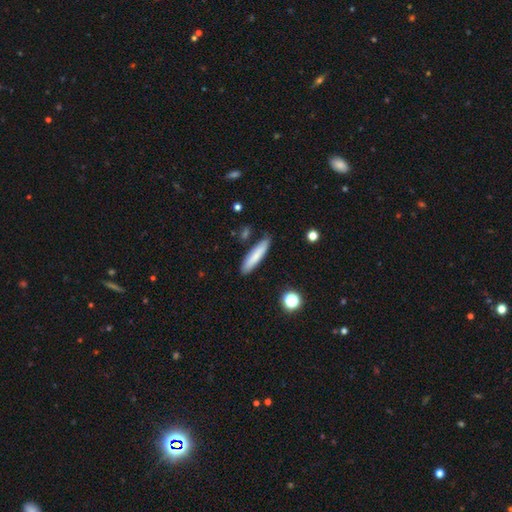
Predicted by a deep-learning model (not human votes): The model was most divided on "smooth or featured": smooth: 78%, featured or disk: 15%, star or artifact: 7%. More confident: merging — none (85%); how rounded — cigar-shaped (83%).